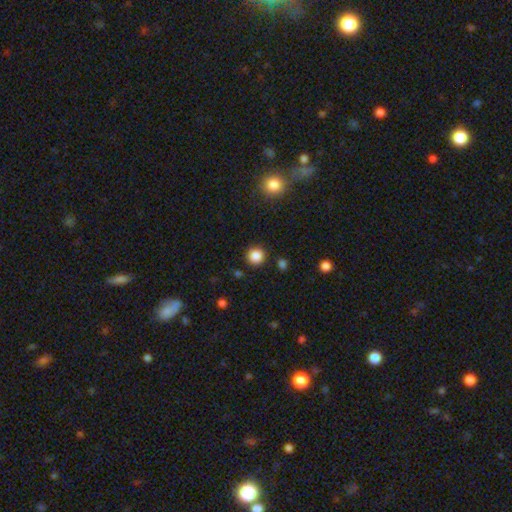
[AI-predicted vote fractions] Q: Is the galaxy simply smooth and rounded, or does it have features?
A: smooth — 86%.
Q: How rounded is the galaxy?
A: round — 94%.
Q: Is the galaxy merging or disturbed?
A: none — 90%.